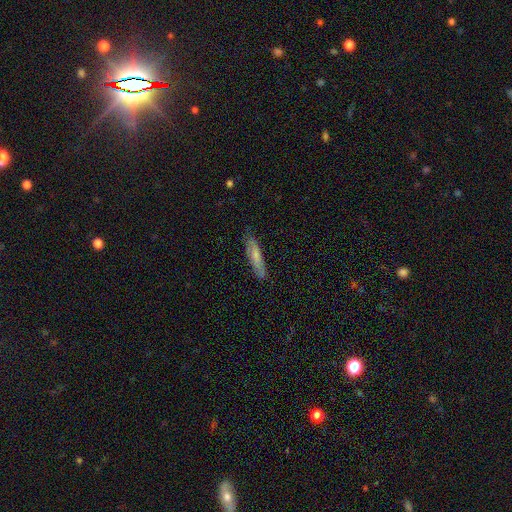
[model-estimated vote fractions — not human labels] Morphology: type=smooth (69%); roundness=cigar-shaped (80%); merging=none (80%).